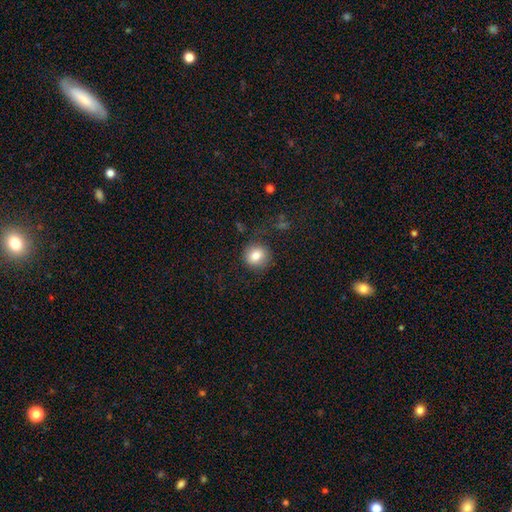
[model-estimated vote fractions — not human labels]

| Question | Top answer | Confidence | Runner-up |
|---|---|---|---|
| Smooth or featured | smooth | 82% | star or artifact (9%) |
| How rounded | round | 85% | in between (14%) |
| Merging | none | 79% | minor disturbance (13%) |